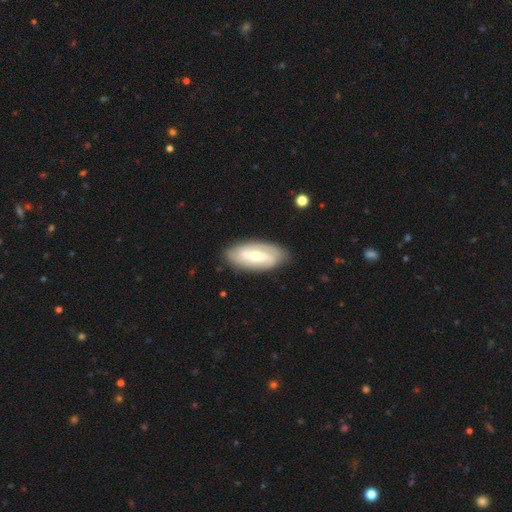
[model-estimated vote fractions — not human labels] featured or disk 66%, smooth 28%, star or artifact 5%. Down the decision tree: edge-on disk — no (90%); bar — weak (39%); spiral arms — yes (79%); bulge size — moderate (49%); merging — none (84%).